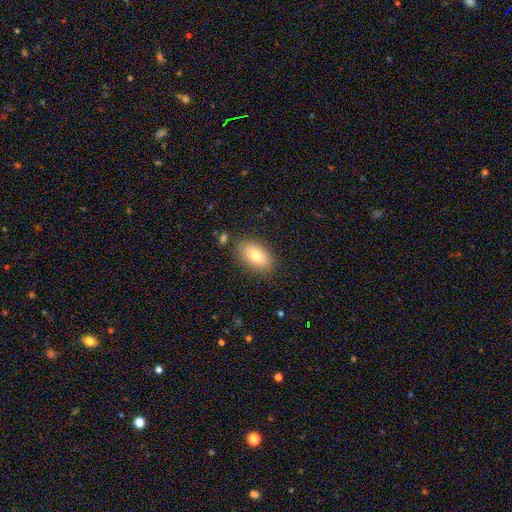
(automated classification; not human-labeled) smooth 77%, featured or disk 15%, star or artifact 8%. Down the decision tree: how rounded — in between (91%); merging — none (83%).